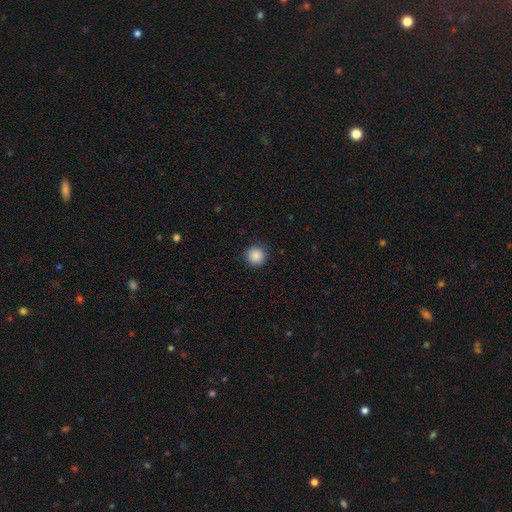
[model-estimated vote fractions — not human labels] This appears to be a smooth galaxy with no disk features (88%) that is round (95%). Merging: none (91%).